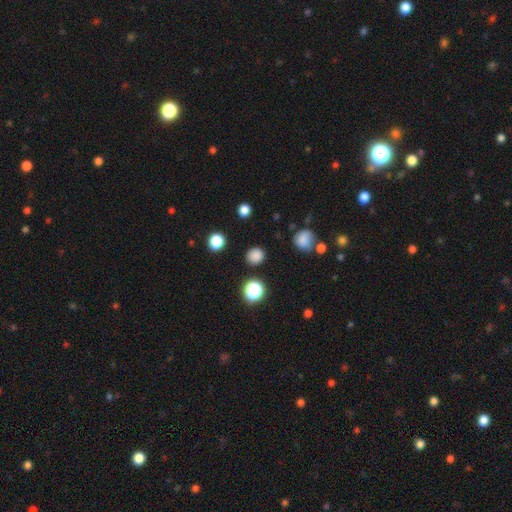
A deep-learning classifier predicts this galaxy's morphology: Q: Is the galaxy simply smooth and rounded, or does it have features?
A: smooth — 81%.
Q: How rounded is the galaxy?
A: round — 88%.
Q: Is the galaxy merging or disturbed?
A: none — 88%.